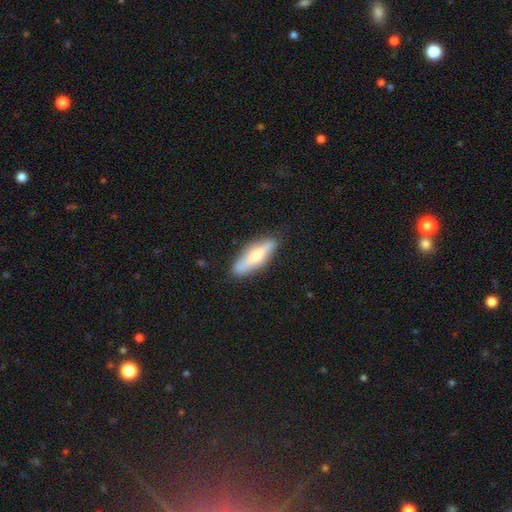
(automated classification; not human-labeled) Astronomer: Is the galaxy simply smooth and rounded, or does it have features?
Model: smooth — 59% (runner-up: featured or disk, 36%).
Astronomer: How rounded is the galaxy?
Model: cigar-shaped — 56% (runner-up: in between, 42%).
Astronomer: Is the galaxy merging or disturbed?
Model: none — 83%.